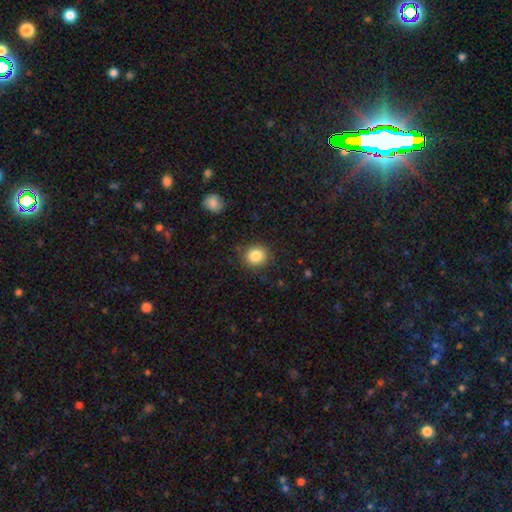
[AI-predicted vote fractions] A smooth galaxy with no disk features (85%) that is round (78%).

Vote fractions:
- Smooth or featured? smooth: 85% / star or artifact: 10% / featured or disk: 5%
- How rounded? round: 78% / in between: 21% / cigar-shaped: 1%
- Merging? none: 87% / minor disturbance: 9% / major disturbance: 3% / merger: 1%